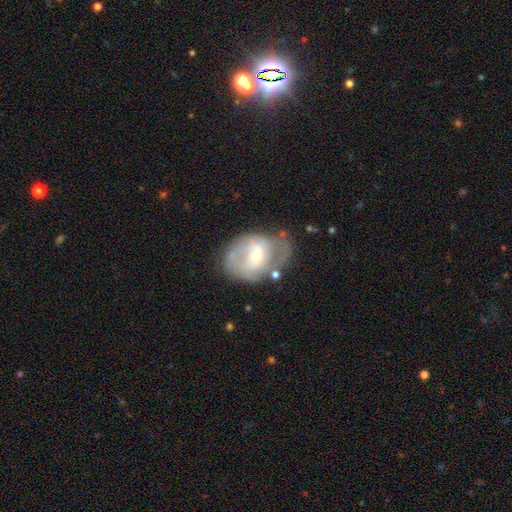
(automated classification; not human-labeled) This is likely a featured or disk galaxy (66%). It is clearly not viewed edge-on (96%). Bar: possibly no (49%). Spiral arm pattern: likely yes (64%). Central bulge: possibly small (50%). Merging: possibly none (51%).